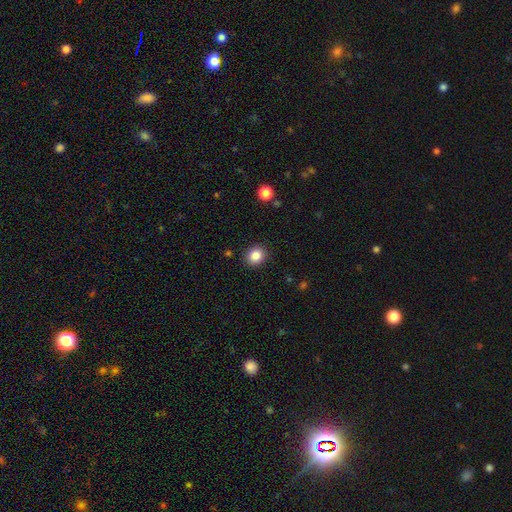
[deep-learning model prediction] smooth 84%, star or artifact 10%, featured or disk 5%. Down the decision tree: how rounded — round (77%); merging — none (90%).